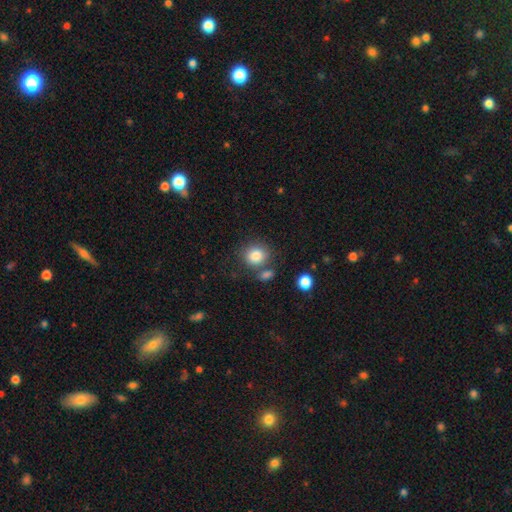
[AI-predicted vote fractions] Smooth or featured? smooth (84%)
How rounded? round (80%)
Merging? none (68%)